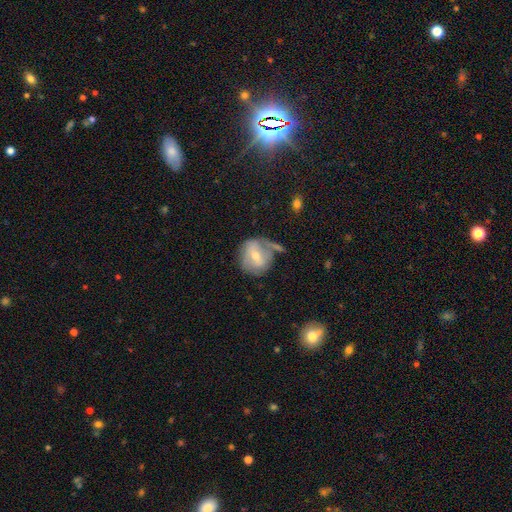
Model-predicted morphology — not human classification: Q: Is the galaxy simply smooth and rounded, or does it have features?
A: featured or disk — 49%.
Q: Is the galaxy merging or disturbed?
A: none — 48%.